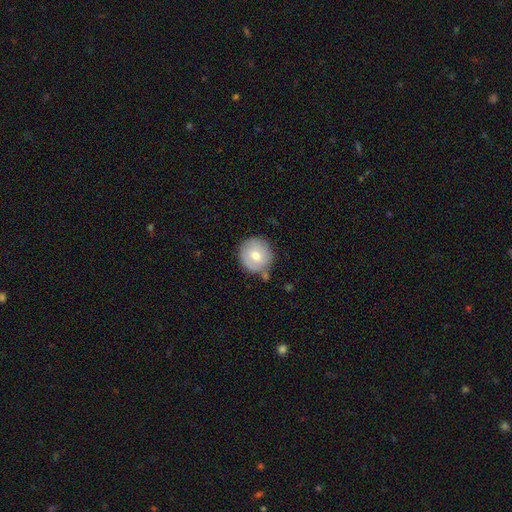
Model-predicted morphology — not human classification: Smooth or featured: smooth — 70% (featured or disk — 22%)
How rounded: round — 93% (in between — 6%)
Merging: none — 75% (minor disturbance — 15%)